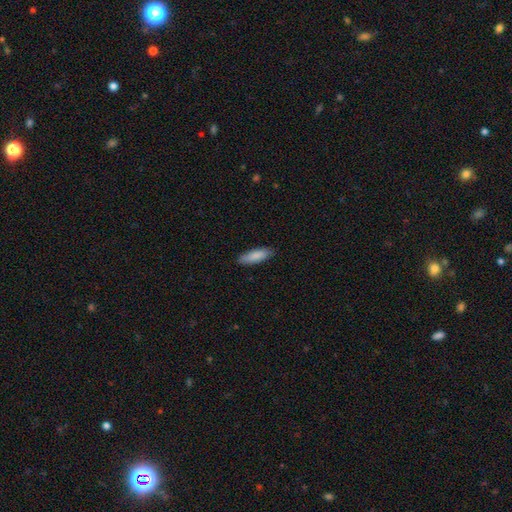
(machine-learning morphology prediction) The model was most divided on "how rounded": cigar-shaped: 50%, in between: 48%, round: 1%. More confident: smooth or featured — smooth (87%); merging — none (87%).